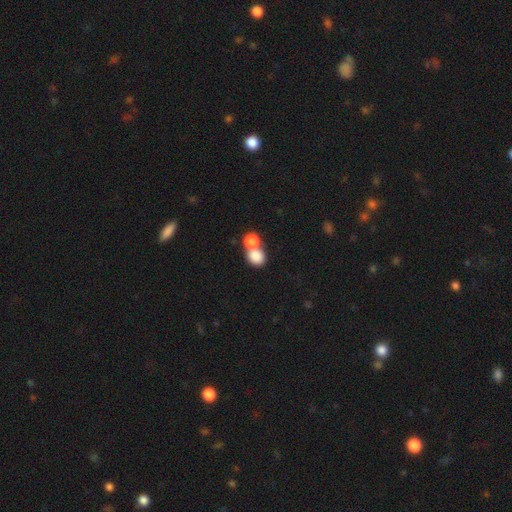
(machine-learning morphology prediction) This appears to be a smooth galaxy with no disk features (82%) that is round (70%). Merging: merger (58%).